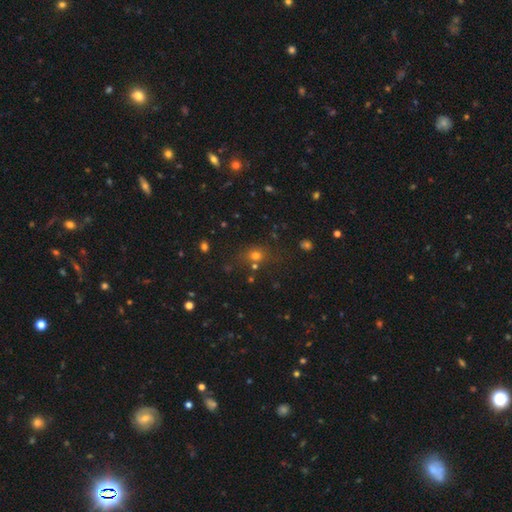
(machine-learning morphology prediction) smooth-or-featured: smooth: 65% | star or artifact: 27% | featured or disk: 9%
  how-rounded: round: 75% | in between: 23% | cigar-shaped: 2%
  merging: none: 72% | minor disturbance: 13% | merger: 10% | major disturbance: 6%